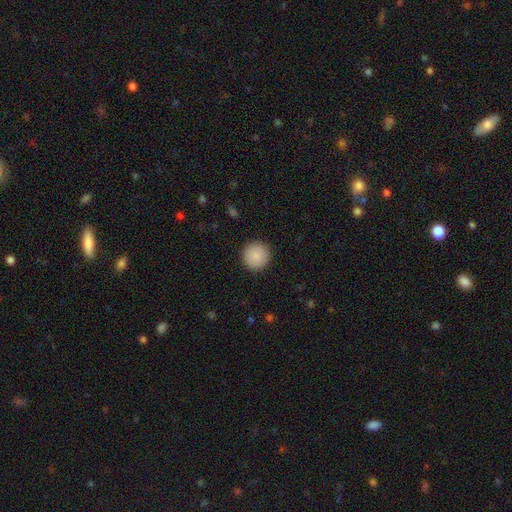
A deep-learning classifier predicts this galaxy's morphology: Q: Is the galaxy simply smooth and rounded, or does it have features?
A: smooth — 88%.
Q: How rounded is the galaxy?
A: round — 96%.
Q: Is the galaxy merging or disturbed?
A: none — 93%.